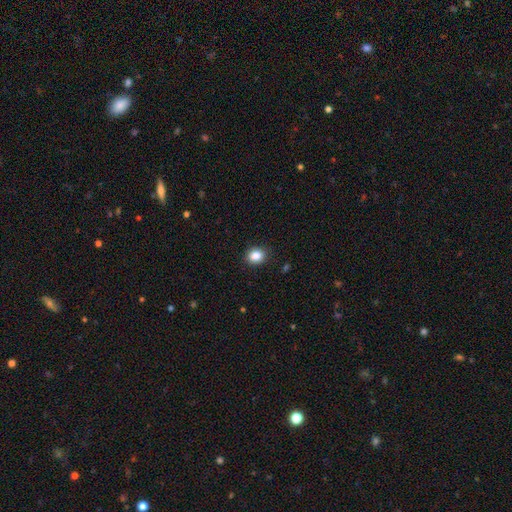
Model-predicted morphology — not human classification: smooth 86%, star or artifact 10%, featured or disk 4%. Down the decision tree: how rounded — round (61%); merging — none (89%).